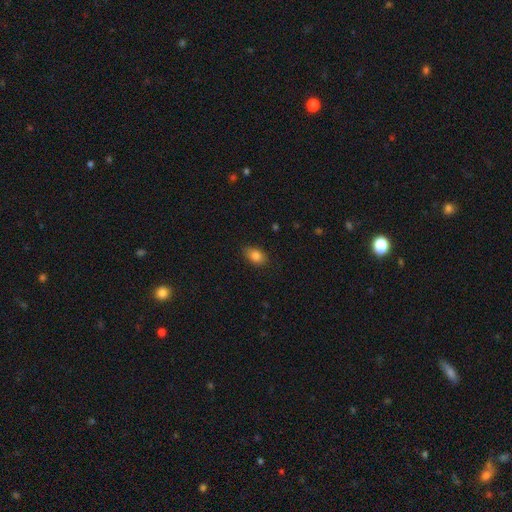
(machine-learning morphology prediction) smooth-or-featured: smooth: 84% | star or artifact: 9% | featured or disk: 7%
  how-rounded: in between: 83% | round: 16% | cigar-shaped: 2%
  merging: none: 82% | minor disturbance: 14% | major disturbance: 3% | merger: 1%